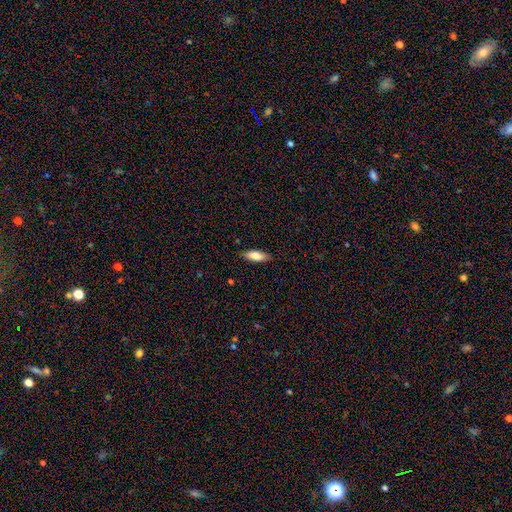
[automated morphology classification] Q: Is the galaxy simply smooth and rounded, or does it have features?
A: smooth — 76%.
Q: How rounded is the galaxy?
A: in between — 65%.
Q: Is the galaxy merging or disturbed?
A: none — 87%.